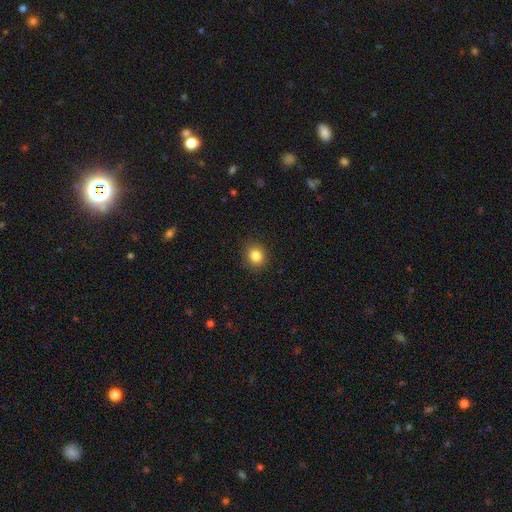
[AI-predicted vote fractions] A smooth galaxy with no disk features (84%) that is round (78%).

Vote fractions:
- Smooth or featured? smooth: 84% / star or artifact: 11% / featured or disk: 6%
- How rounded? round: 78% / in between: 21% / cigar-shaped: 1%
- Merging? none: 90% / minor disturbance: 7% / major disturbance: 2% / merger: 1%